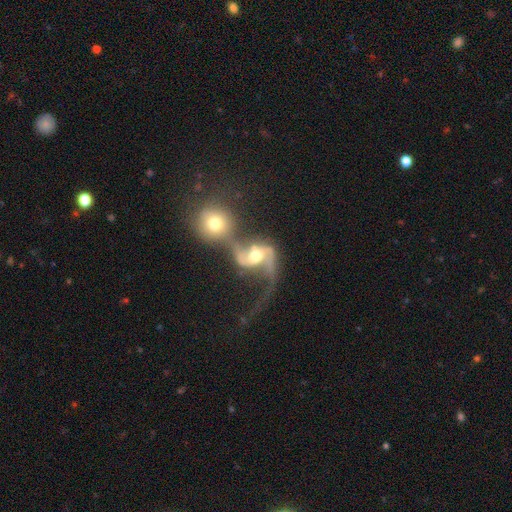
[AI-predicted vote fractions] Smooth or featured?
  - featured or disk: 82% *
  - smooth: 11%
  - star or artifact: 7%
Edge-on disk?
  - no: 96% *
  - yes: 4%
Bar?
  - no: 39% * (tied)
  - weak: 39% * (tied)
  - strong: 22%
Spiral arms?
  - yes: 93% *
  - no: 7%
Spiral winding?
  - loose: 74% *
  - medium: 22%
  - tight: 5%
Spiral arm count?
  - 2: 86% *
  - 1: 8%
  - can't tell: 3%
  - 3: 1%
  - 4: 1%
  - more than 4: 1%
Bulge size?
  - moderate: 64% *
  - large: 16%
  - small: 15%
  - none: 2%
  - dominant: 2%
Merging?
  - merger: 58% *
  - none: 19%
  - major disturbance: 15%
  - minor disturbance: 8%